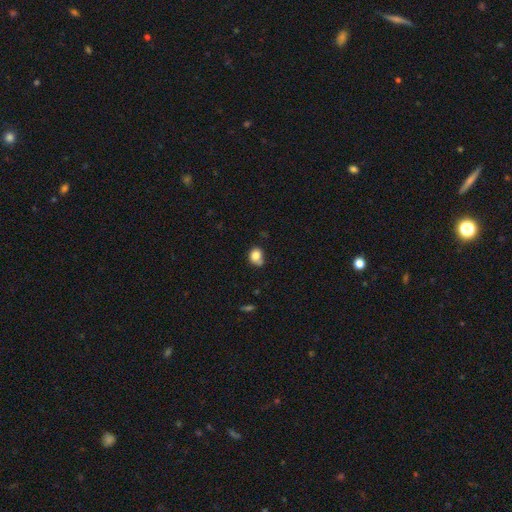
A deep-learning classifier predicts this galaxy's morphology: type=smooth (82%); roundness=round (59%); merging=none (53%).